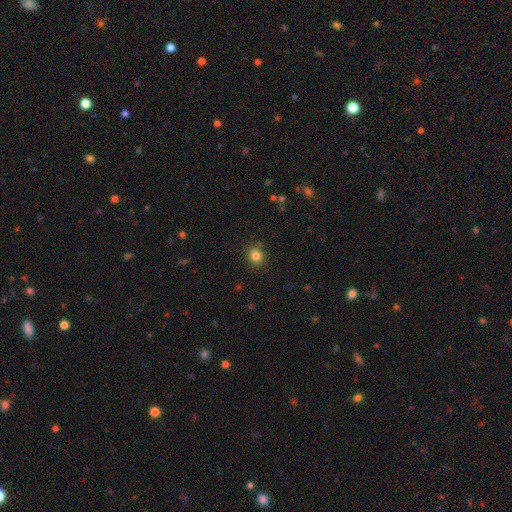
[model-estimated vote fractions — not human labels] Smooth or featured? smooth (83%)
How rounded? round (78%)
Merging? none (87%)